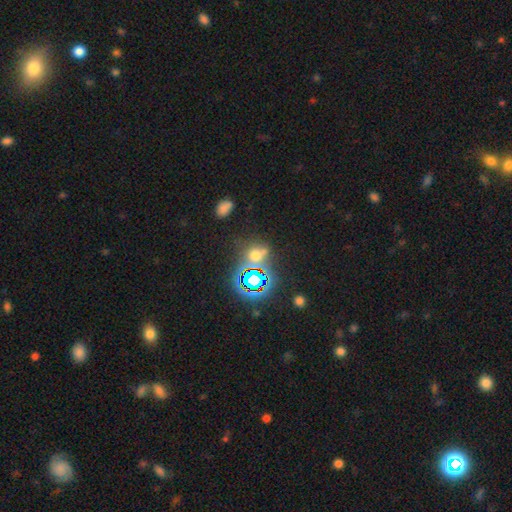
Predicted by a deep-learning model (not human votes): star or artifact 47%, smooth 42%, featured or disk 11%.